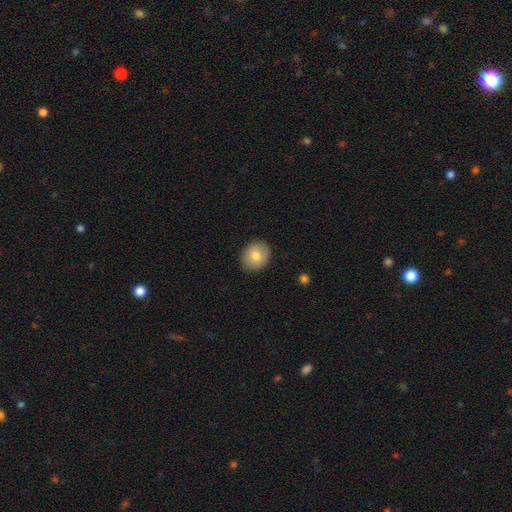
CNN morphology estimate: A smooth galaxy with no disk features (77%) that is round (67%).

Vote fractions:
- Smooth or featured? smooth: 77% / featured or disk: 15% / star or artifact: 8%
- How rounded? round: 67% / in between: 32% / cigar-shaped: 1%
- Merging? none: 89% / minor disturbance: 8% / major disturbance: 2% / merger: 1%